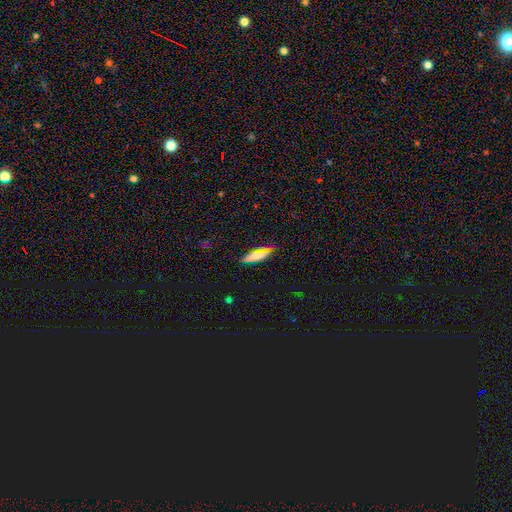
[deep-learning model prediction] Overall: smooth (66%). How rounded: in between (51%; cigar-shaped 46%). Merging: none (82%).